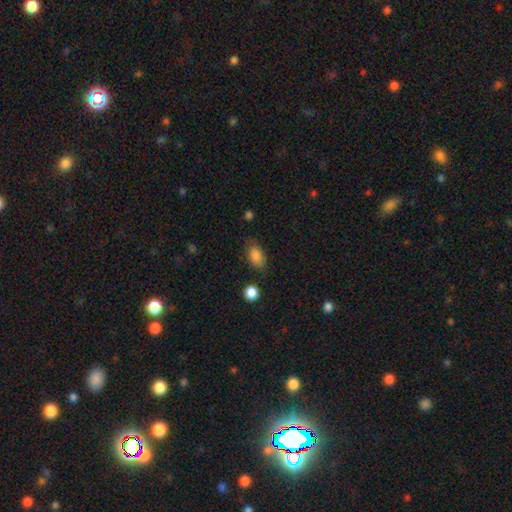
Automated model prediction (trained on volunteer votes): Overall: smooth (85%). How rounded: in between (89%). Merging: none (74%).